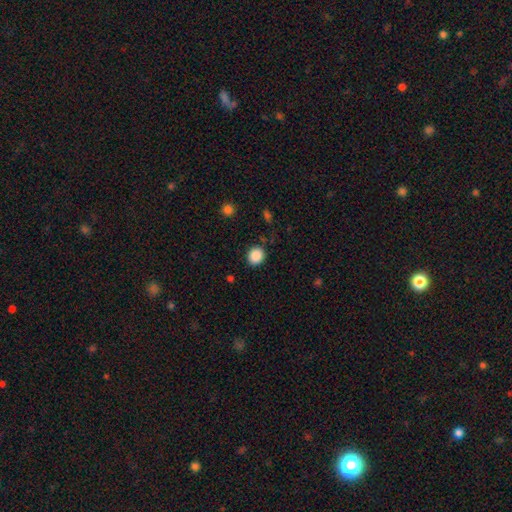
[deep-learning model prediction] smooth_or_featured: smooth (p=0.88) [alt: star or artifact p=0.09]
how_rounded: round (p=0.83) [alt: in between p=0.17]
merging: none (p=0.88) [alt: minor disturbance p=0.08]